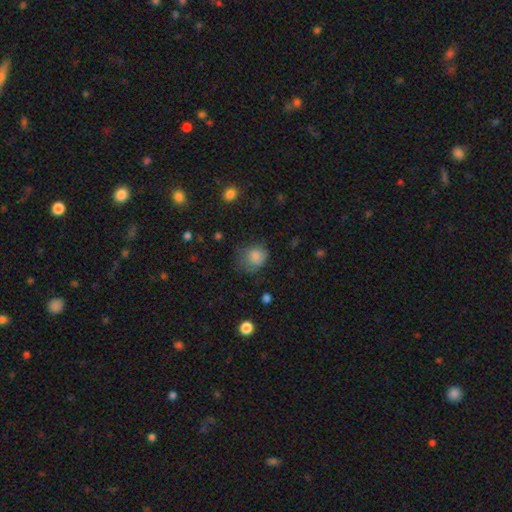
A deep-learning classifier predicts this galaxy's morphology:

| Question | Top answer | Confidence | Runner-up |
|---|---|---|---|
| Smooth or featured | smooth | 81% | star or artifact (10%) |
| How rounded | round | 70% | in between (29%) |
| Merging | none | 54% | minor disturbance (29%) |